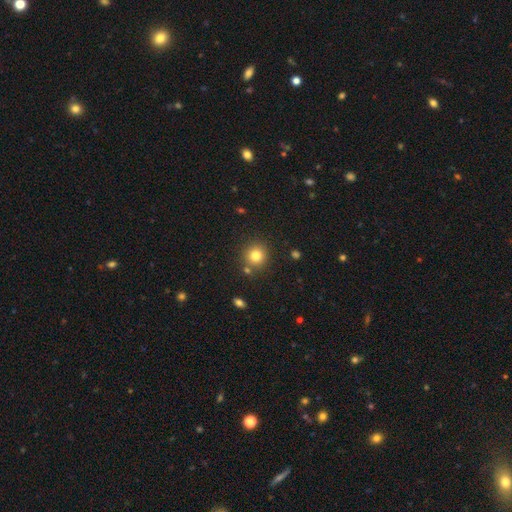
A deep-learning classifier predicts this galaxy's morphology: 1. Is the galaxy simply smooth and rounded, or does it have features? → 81% smooth, 12% star or artifact, 7% featured or disk.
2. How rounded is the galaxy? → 91% round, 8% in between, 1% cigar-shaped.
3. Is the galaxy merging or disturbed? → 81% none, 8% merger, 8% minor disturbance, 3% major disturbance.